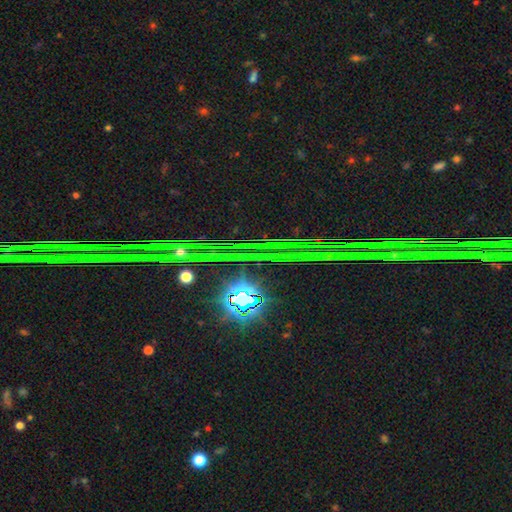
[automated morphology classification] Overall: star or artifact (87%).